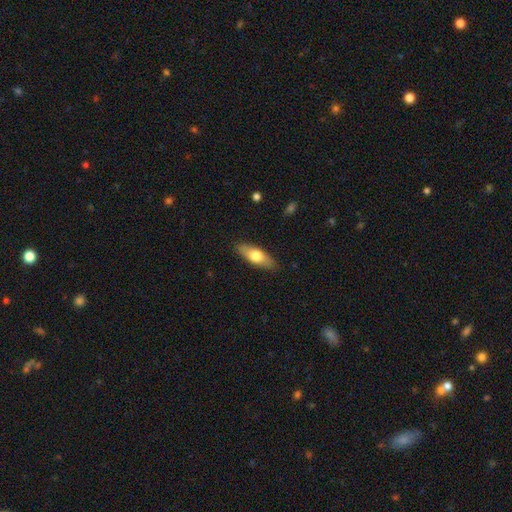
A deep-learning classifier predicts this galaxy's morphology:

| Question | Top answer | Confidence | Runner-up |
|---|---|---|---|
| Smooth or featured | smooth | 68% | featured or disk (27%) |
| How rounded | in between | 66% | cigar-shaped (31%) |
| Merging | none | 86% | minor disturbance (11%) |